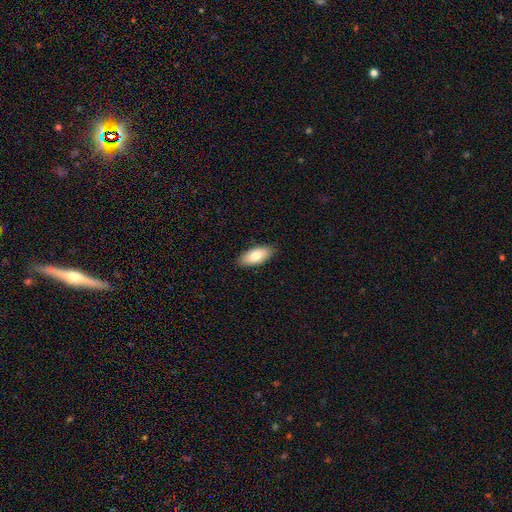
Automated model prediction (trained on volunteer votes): smooth-or-featured: smooth: 78% | featured or disk: 16% | star or artifact: 6%
  how-rounded: in between: 89% | cigar-shaped: 8% | round: 2%
  merging: none: 88% | minor disturbance: 9% | major disturbance: 2% | merger: 1%